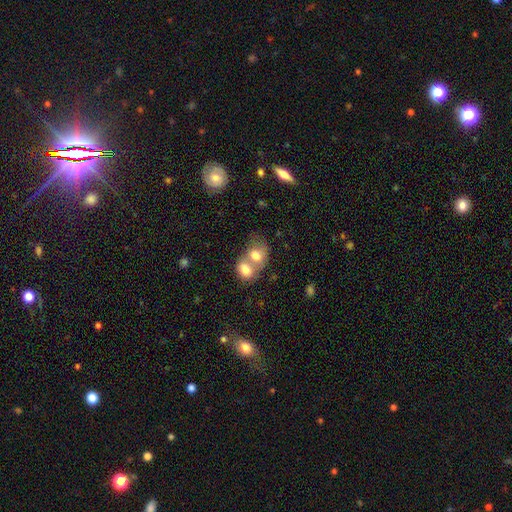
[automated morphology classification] Smooth or featured? Predicted: smooth (p=0.74). How rounded? Predicted: in between (p=0.60). Merging? Predicted: merger (p=0.75).